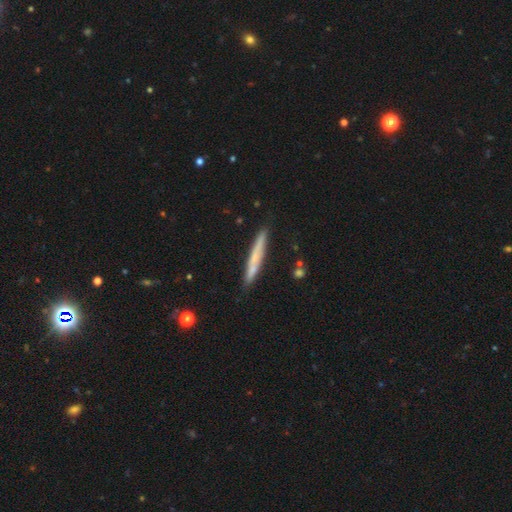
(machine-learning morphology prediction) A smooth galaxy with no disk features (56%) that is cigar-shaped (95%). Merging: none (85%).